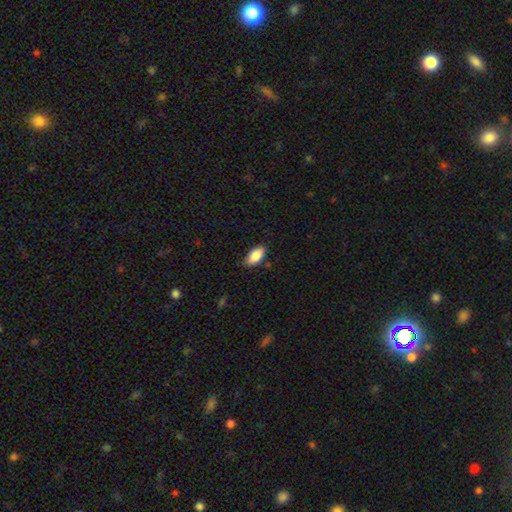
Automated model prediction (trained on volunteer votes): Q: Smooth or featured?
A: smooth (87%); runner-up: featured or disk (7%)
Q: How rounded?
A: in between (89%); runner-up: cigar-shaped (8%)
Q: Merging?
A: none (80%); runner-up: minor disturbance (16%)